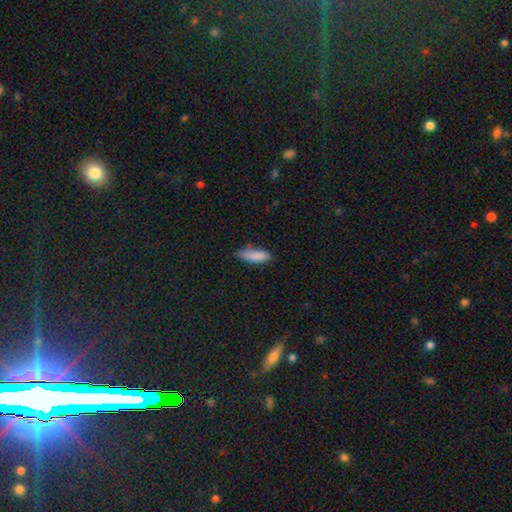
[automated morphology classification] Overall: smooth (86%). How rounded: in between (53%; cigar-shaped 45%). Merging: none (65%; minor disturbance 26%).